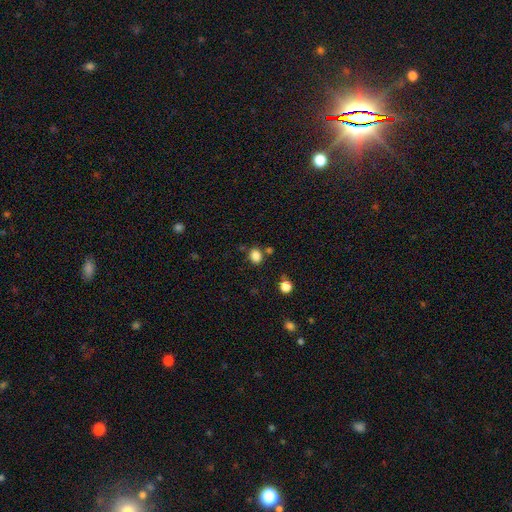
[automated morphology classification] Overall: smooth (84%). How rounded: round (55%; in between 45%). Merging: none (76%).